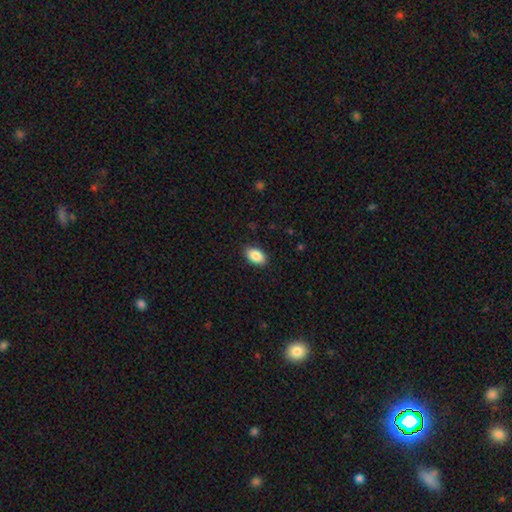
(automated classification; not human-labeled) Morphology: type=smooth (88%); roundness=in between (93%); merging=none (89%).